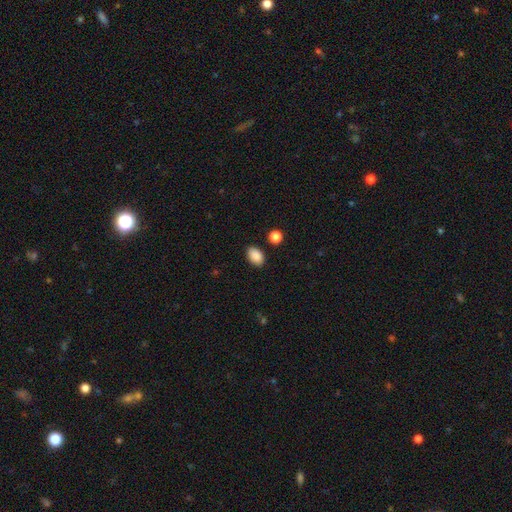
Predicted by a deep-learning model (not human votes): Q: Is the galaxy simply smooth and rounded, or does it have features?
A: smooth — 88%.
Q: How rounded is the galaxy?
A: in between — 87%.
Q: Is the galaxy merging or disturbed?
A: none — 86%.